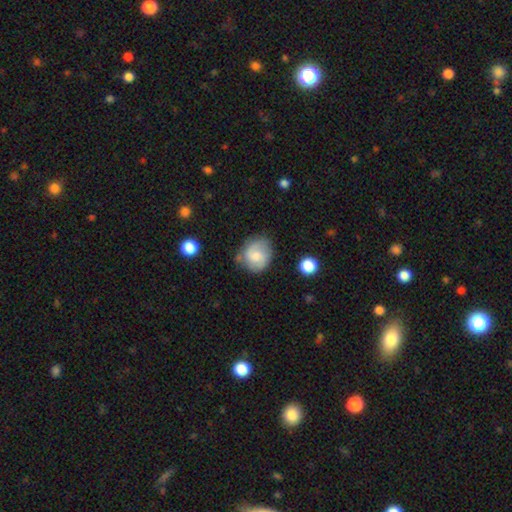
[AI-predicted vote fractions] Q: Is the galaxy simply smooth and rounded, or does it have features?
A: smooth — 47%.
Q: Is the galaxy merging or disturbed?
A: none — 67%.